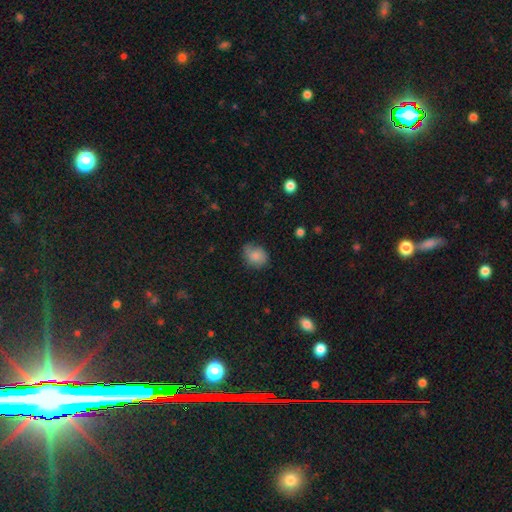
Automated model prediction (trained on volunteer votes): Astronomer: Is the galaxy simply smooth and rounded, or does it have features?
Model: smooth — 77%.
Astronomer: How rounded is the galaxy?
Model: round — 51% (runner-up: in between, 48%).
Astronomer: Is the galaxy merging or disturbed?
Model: none — 64%.